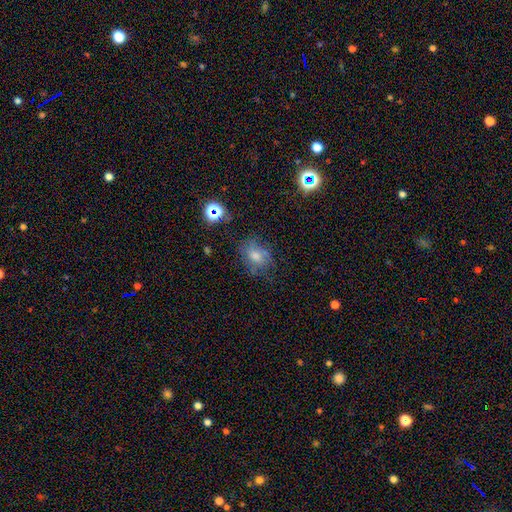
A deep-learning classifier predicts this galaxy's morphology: type=smooth (46%); merging=none (66%).